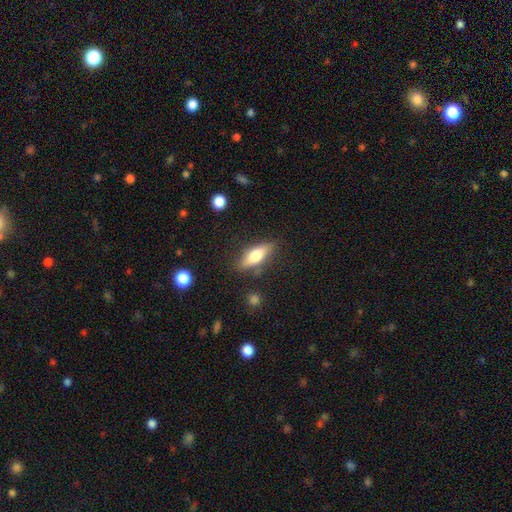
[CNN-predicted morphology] Smooth or featured? smooth (62%)
How rounded? in between (57%)
Merging? none (80%)